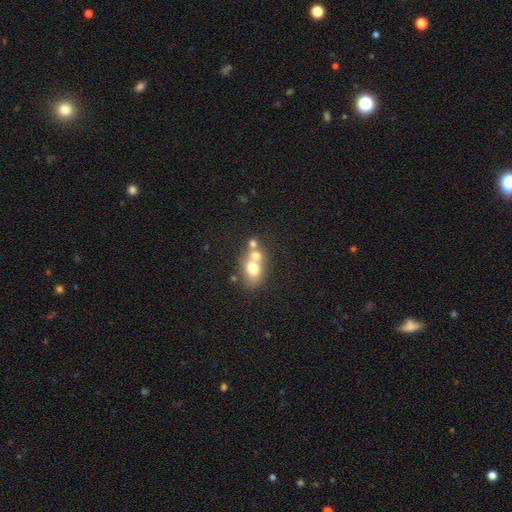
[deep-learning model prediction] This appears to be a smooth galaxy with no disk features (64%) that is in between round and cigar-shaped (51%). Merging: merger (57%).